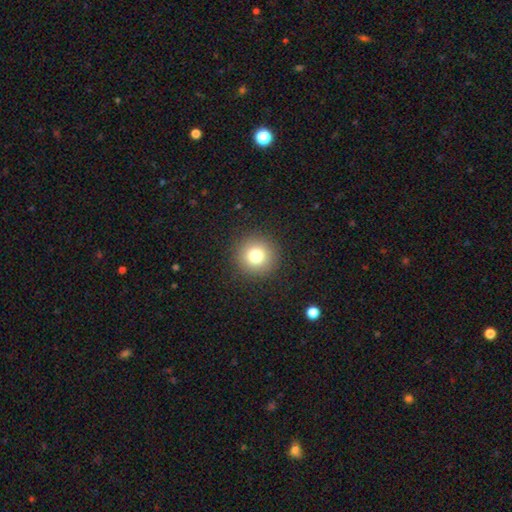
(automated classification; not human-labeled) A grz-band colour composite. It shows a smooth galaxy with no disk features (79%) that is round (95%). Merging: none (92%).